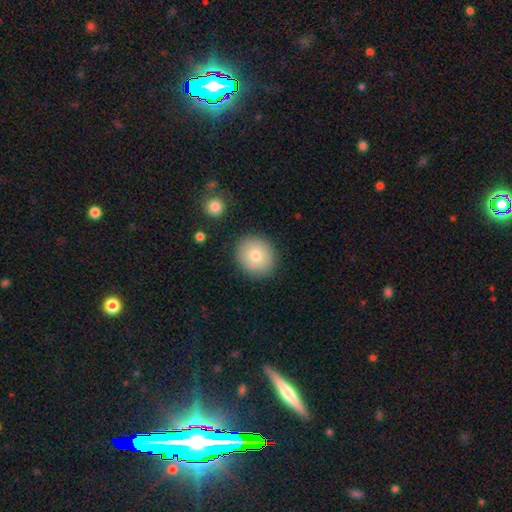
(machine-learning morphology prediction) A smooth galaxy with no disk features (77%) that is round (80%). Merging: none (88%).